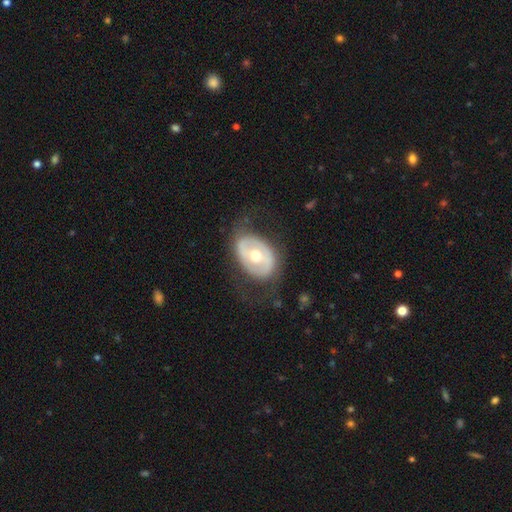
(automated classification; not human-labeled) featured or disk 65%, smooth 29%, star or artifact 5%. Down the decision tree: edge-on disk — no (94%); bar — no (55%); spiral arms — no (61%); bulge size — moderate (71%); merging — none (65%).